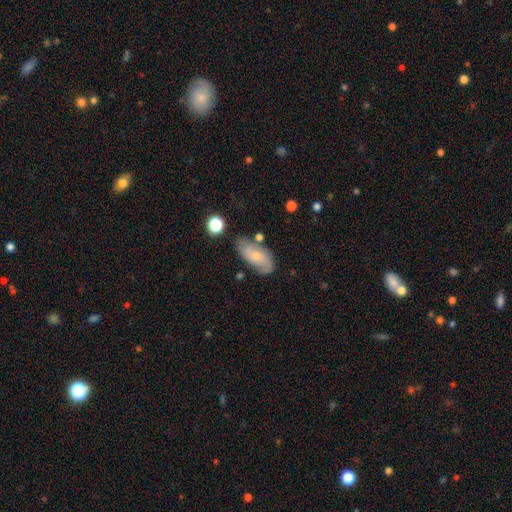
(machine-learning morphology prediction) This appears to be a featured or disk galaxy (51%). Merging: none (68%).